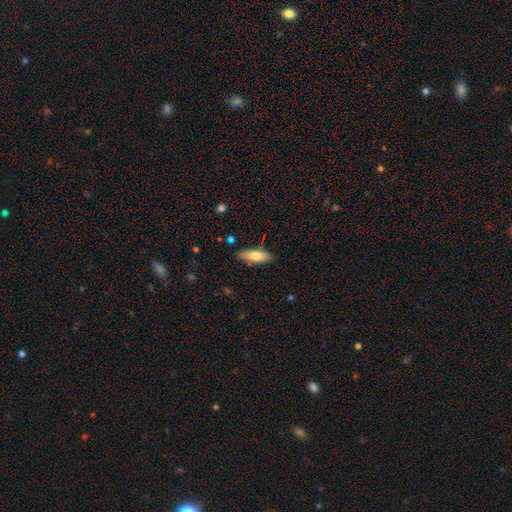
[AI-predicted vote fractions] Q: Smooth or featured?
A: smooth (72%); runner-up: featured or disk (22%)
Q: How rounded?
A: in between (55%); runner-up: cigar-shaped (43%)
Q: Merging?
A: none (84%); runner-up: minor disturbance (12%)